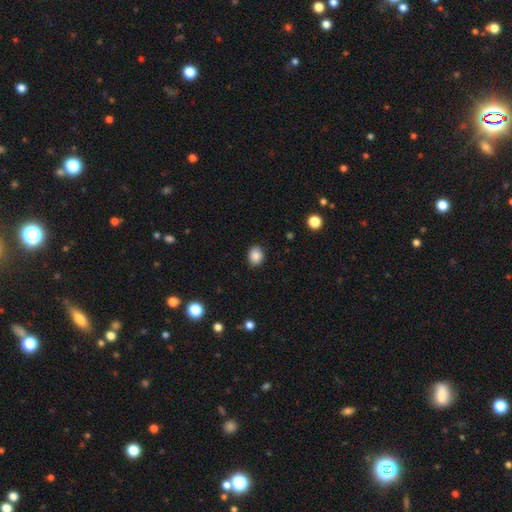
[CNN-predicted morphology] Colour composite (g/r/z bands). It shows a smooth galaxy with no disk features (87%) that is round (59%). Merging: none (88%).